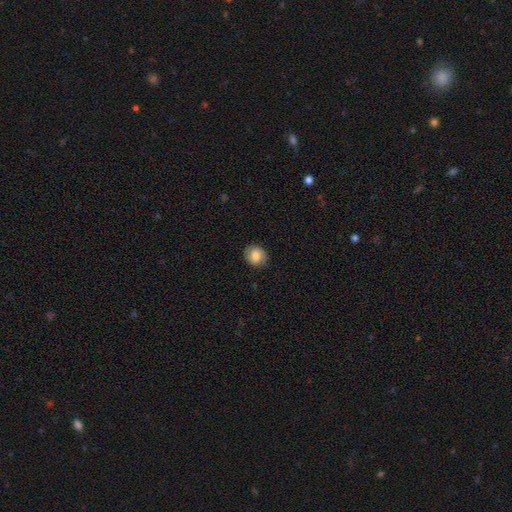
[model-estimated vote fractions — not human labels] smooth 79%, featured or disk 13%, star or artifact 8%. Down the decision tree: how rounded — round (70%); merging — none (83%).